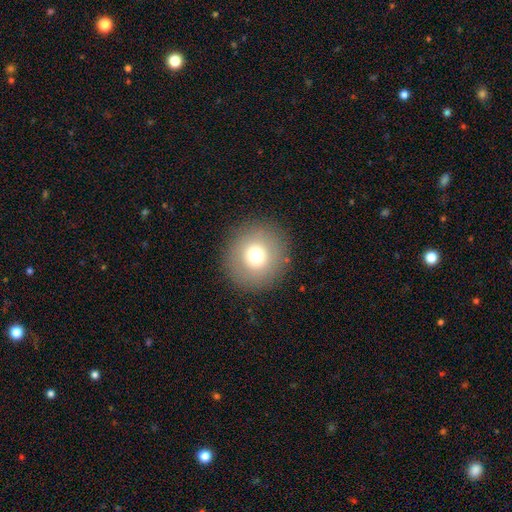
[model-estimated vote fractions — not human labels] This appears to be a smooth galaxy with no disk features (72%) that is round (94%). Merging: none (90%).